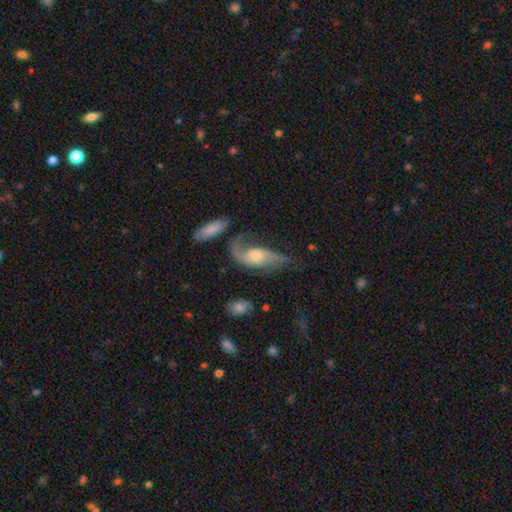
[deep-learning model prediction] Smooth or featured? featured or disk (73%)
Edge-on disk? no (90%)
Bar? no (67%)
Spiral arms? yes (89%)
Spiral winding? loose (60%)
Spiral arm count? 2 (64%)
Bulge size? moderate (53%)
Merging? none (37%)